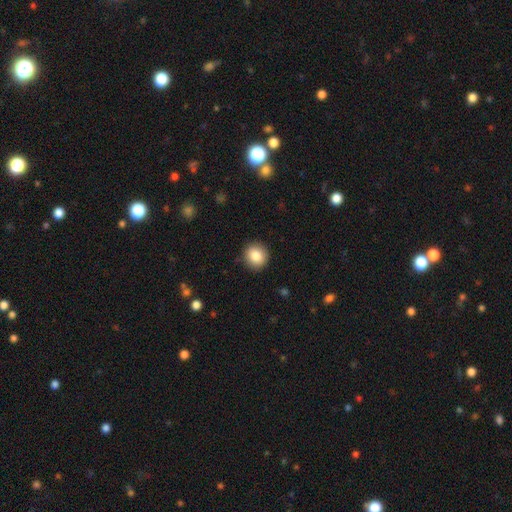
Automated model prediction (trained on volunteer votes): A smooth galaxy with no disk features (84%) that is round (88%).

Vote fractions:
- Smooth or featured? smooth: 84% / star or artifact: 9% / featured or disk: 7%
- How rounded? round: 88% / in between: 11% / cigar-shaped: 1%
- Merging? none: 90% / minor disturbance: 7% / major disturbance: 2% / merger: 1%